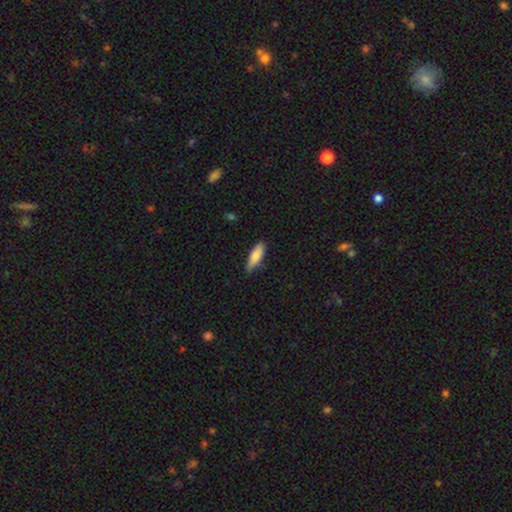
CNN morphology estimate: This is clearly a smooth galaxy (82%). How rounded: possibly in between (54%). Merging: likely none (79%).